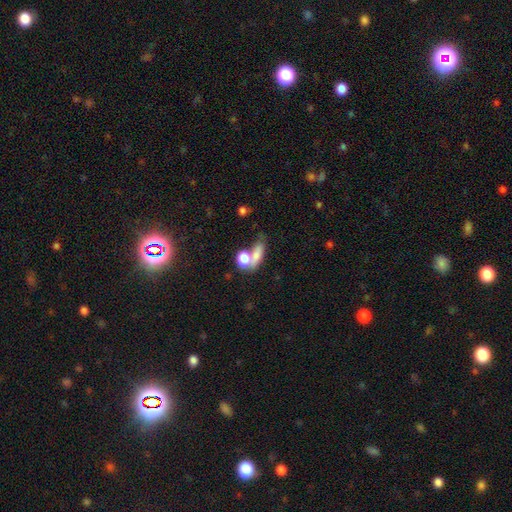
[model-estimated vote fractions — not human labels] Morphology: type=smooth (74%); roundness=in between (58%); merging=merger (43%).